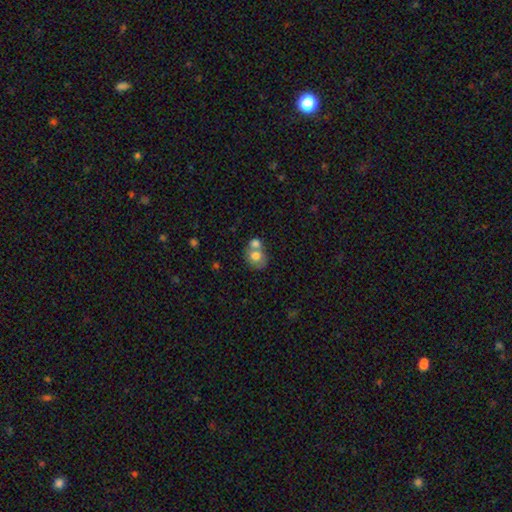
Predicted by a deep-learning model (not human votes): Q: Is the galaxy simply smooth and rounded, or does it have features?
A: smooth — 71%.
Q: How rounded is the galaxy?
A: round — 58%.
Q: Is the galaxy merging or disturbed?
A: merger — 56%.